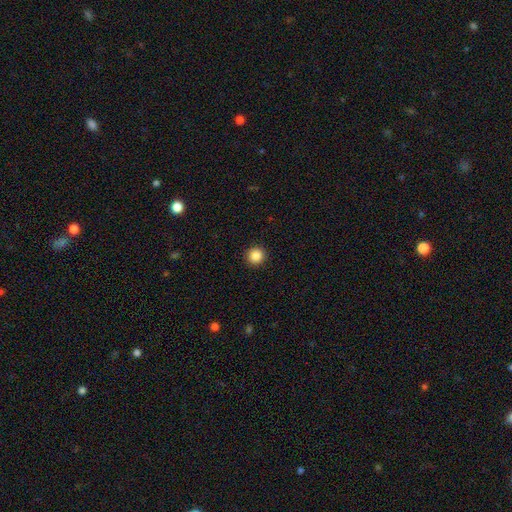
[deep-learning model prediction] Smooth or featured: smooth — 87% (star or artifact — 10%)
How rounded: round — 94% (in between — 5%)
Merging: none — 93% (minor disturbance — 5%)